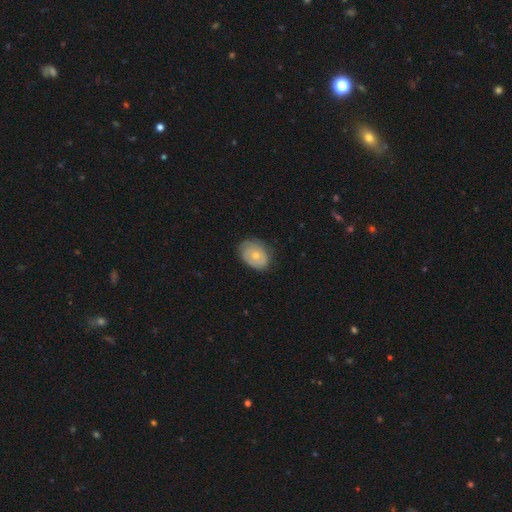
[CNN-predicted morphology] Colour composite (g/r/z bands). It shows a smooth galaxy with no disk features (51%) that is in between round and cigar-shaped (66%). Merging: none (69%).